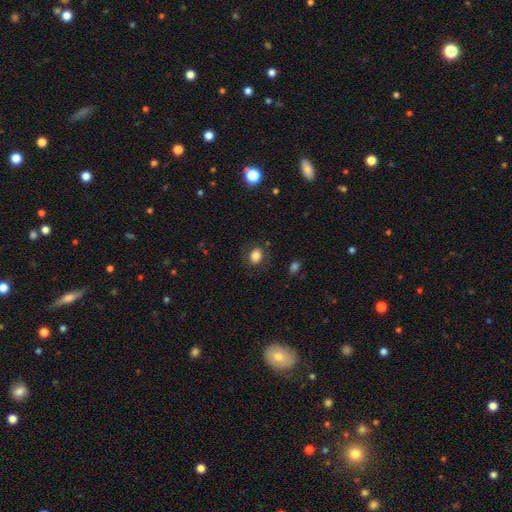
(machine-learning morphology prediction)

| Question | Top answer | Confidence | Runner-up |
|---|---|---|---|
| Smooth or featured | smooth | 80% | star or artifact (10%) |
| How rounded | in between | 52% | round (47%) |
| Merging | none | 80% | minor disturbance (13%) |